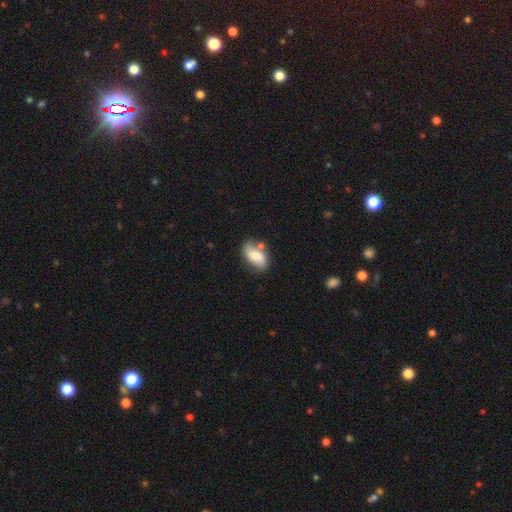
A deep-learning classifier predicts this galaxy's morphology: smooth-or-featured: smooth: 67% | featured or disk: 26% | star or artifact: 7%
  how-rounded: in between: 90% | round: 6% | cigar-shaped: 4%
  merging: none: 55% | minor disturbance: 22% | merger: 16% | major disturbance: 7%